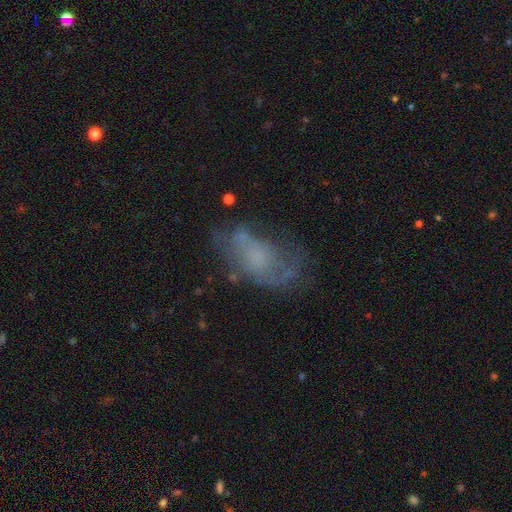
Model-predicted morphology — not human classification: smooth_or_featured: featured or disk (p=0.51) [alt: smooth p=0.36]
disk_edge_on: no (p=0.95) [alt: yes p=0.05]
merging: none (p=0.41) [alt: major disturbance p=0.30]